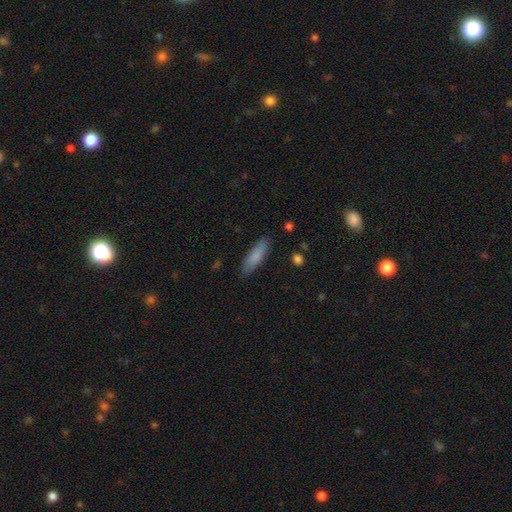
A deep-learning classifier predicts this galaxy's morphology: A smooth galaxy with no disk features (84%) that is cigar-shaped (60%).

Vote fractions:
- Smooth or featured? smooth: 84% / featured or disk: 10% / star or artifact: 6%
- How rounded? cigar-shaped: 60% / in between: 38% / round: 2%
- Merging? none: 86% / minor disturbance: 10% / major disturbance: 2% / merger: 1%